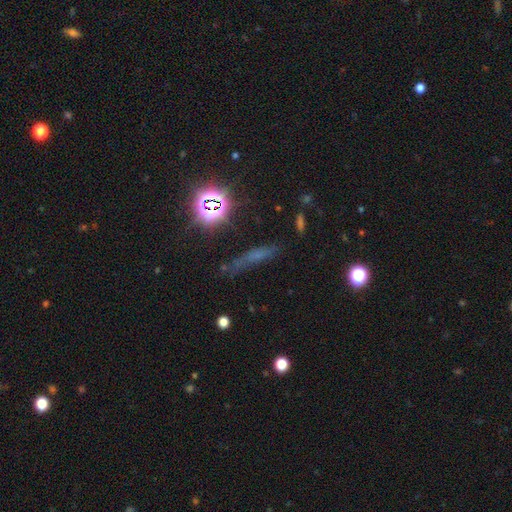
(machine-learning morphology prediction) Overall: smooth (42%; star or artifact 35%). Merging: none (68%).